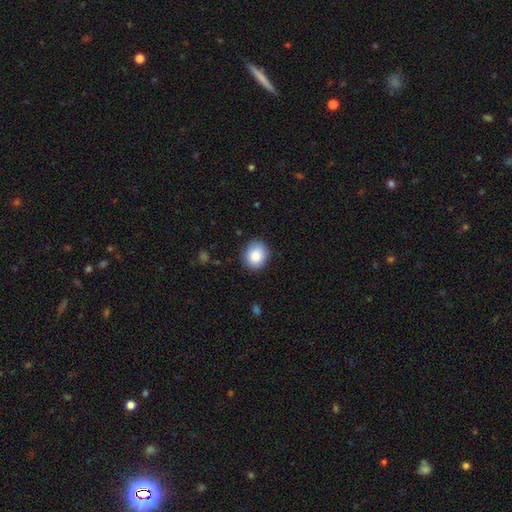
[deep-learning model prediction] Smooth or featured? Predicted: smooth (p=0.87). How rounded? Predicted: round (p=0.72). Merging? Predicted: none (p=0.85).